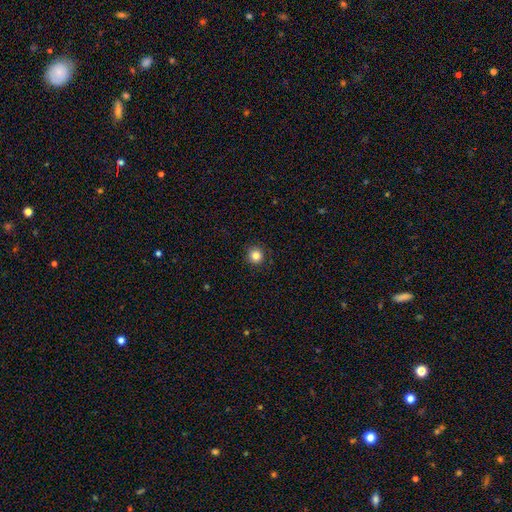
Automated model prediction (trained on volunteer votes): Smooth or featured? smooth (84%)
How rounded? round (95%)
Merging? none (91%)